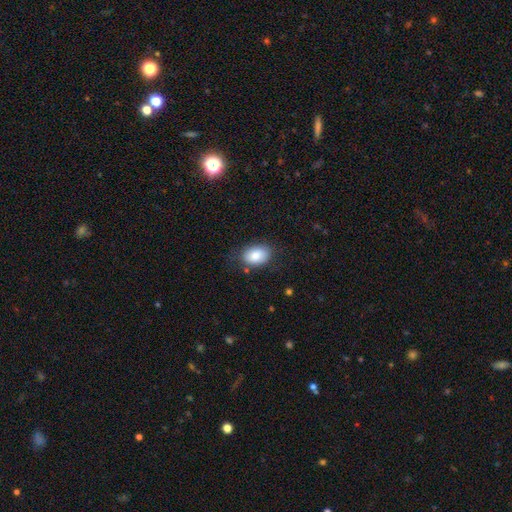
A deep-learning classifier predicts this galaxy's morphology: Smooth or featured? smooth (84%)
How rounded? in between (83%)
Merging? none (75%)